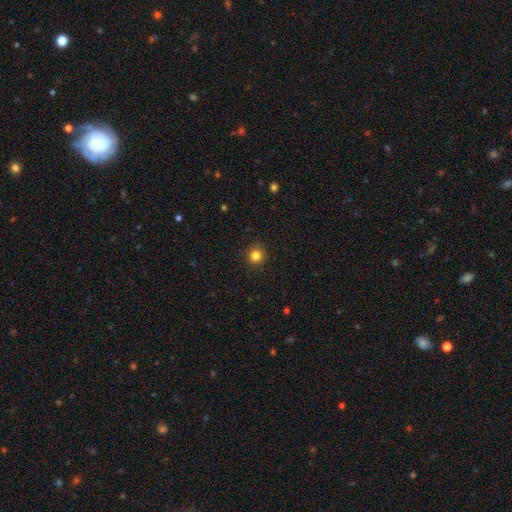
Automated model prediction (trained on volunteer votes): smooth-or-featured: smooth: 83% | star or artifact: 13% | featured or disk: 5%
  how-rounded: round: 94% | in between: 5% | cigar-shaped: 1%
  merging: none: 90% | minor disturbance: 7% | major disturbance: 2% | merger: 1%